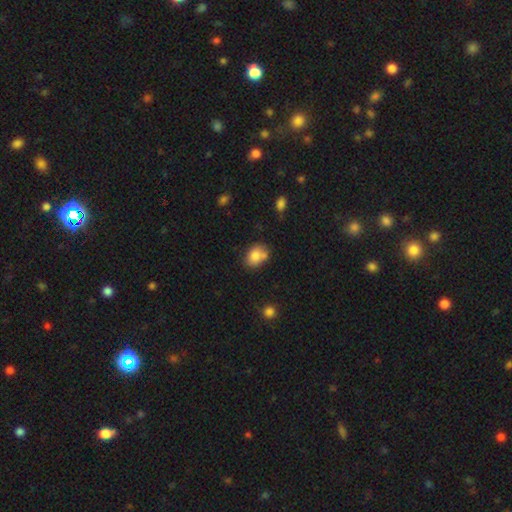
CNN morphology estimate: smooth 77%, featured or disk 14%, star or artifact 9%. Down the decision tree: how rounded — in between (63%); merging — none (57%).